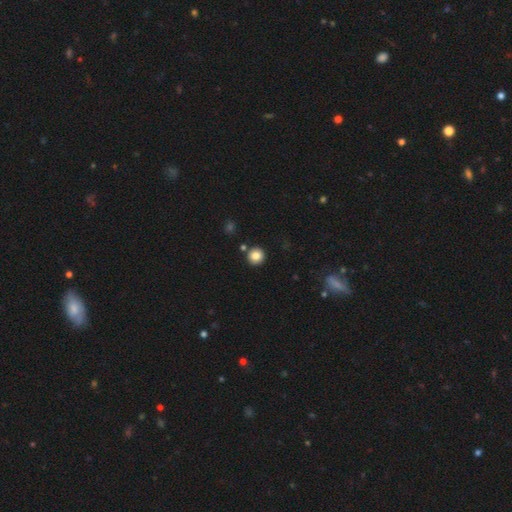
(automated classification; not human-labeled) Morphology: type=smooth (84%); roundness=round (93%); merging=none (87%).